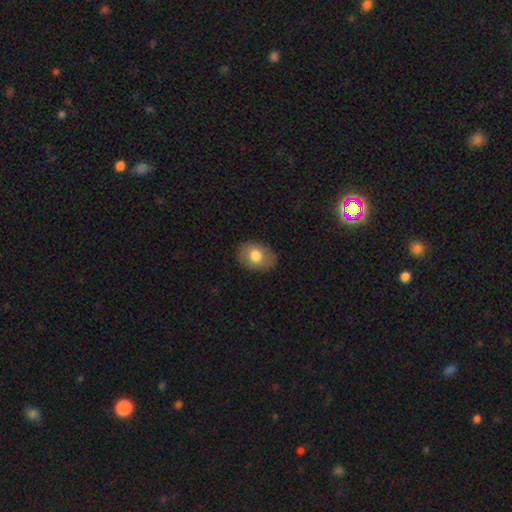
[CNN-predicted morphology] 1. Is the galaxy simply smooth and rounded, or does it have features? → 76% smooth, 17% featured or disk, 8% star or artifact.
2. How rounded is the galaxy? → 68% in between, 31% round, 1% cigar-shaped.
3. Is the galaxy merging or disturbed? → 84% none, 12% minor disturbance, 3% major disturbance, 1% merger.